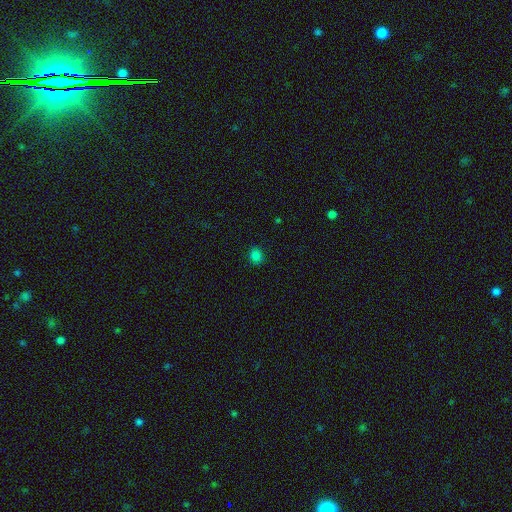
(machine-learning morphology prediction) The model was most divided on "how rounded": round: 73%, in between: 26%, cigar-shaped: 1%. More confident: merging — none (89%); smooth or featured — smooth (81%).